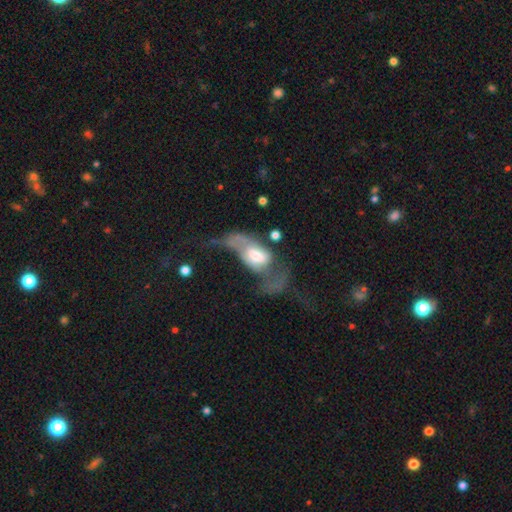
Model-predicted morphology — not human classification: Smooth or featured: featured or disk — 53% (smooth — 39%)
Edge-on disk: no — 90% (yes — 10%)
Merging: major disturbance — 62% (none — 13%)